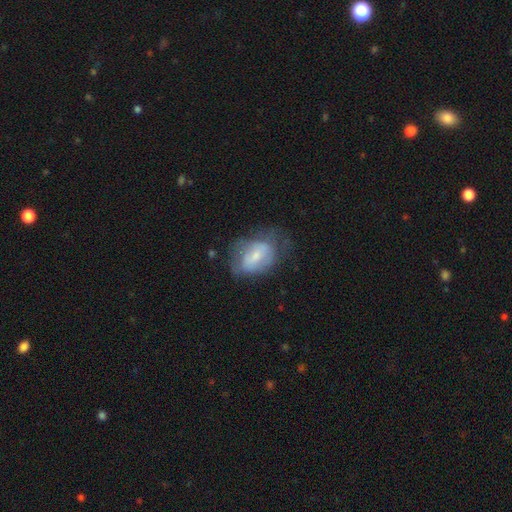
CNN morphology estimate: This appears to be a smooth galaxy with no disk features (47%). Merging: none (47%).